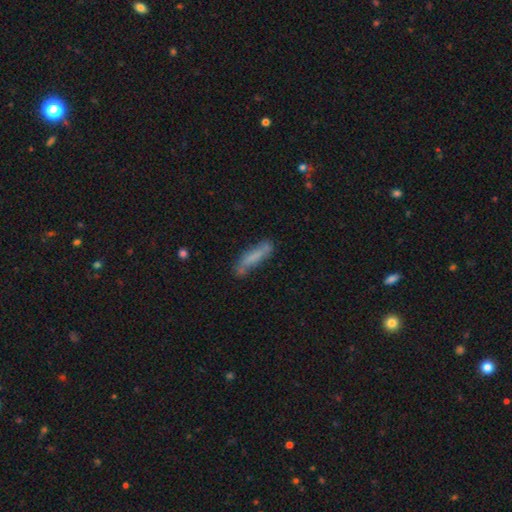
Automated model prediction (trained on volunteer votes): A smooth galaxy with no disk features (66%) that is cigar-shaped (82%).

Vote fractions:
- Smooth or featured? smooth: 66% / featured or disk: 26% / star or artifact: 7%
- How rounded? cigar-shaped: 82% / in between: 16% / round: 2%
- Merging? none: 67% / minor disturbance: 23% / major disturbance: 6% / merger: 4%